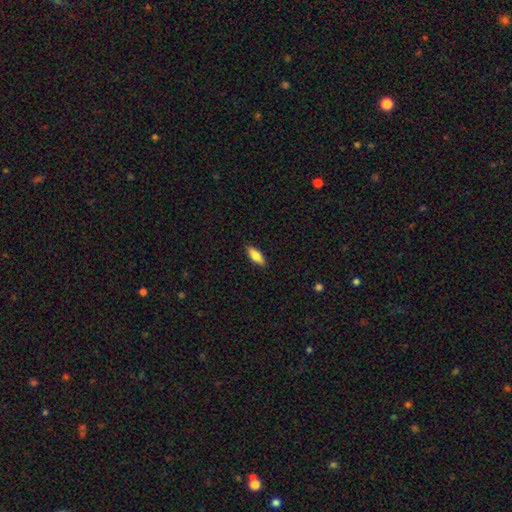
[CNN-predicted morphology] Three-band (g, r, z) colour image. It shows a smooth galaxy with no disk features (80%) that is in between round and cigar-shaped (73%). Merging: none (89%).